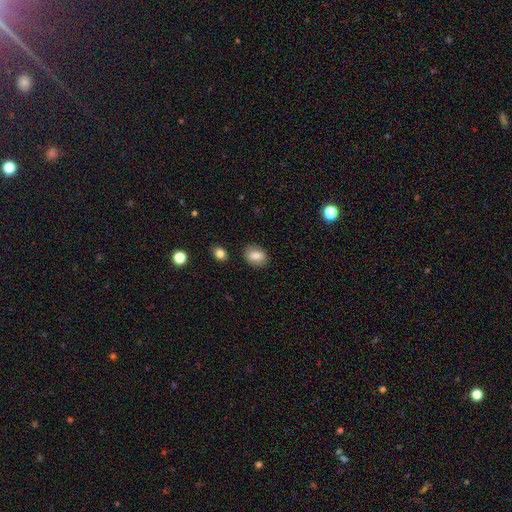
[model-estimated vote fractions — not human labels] smooth 81%, featured or disk 11%, star or artifact 8%. Down the decision tree: how rounded — in between (70%); merging — none (86%).